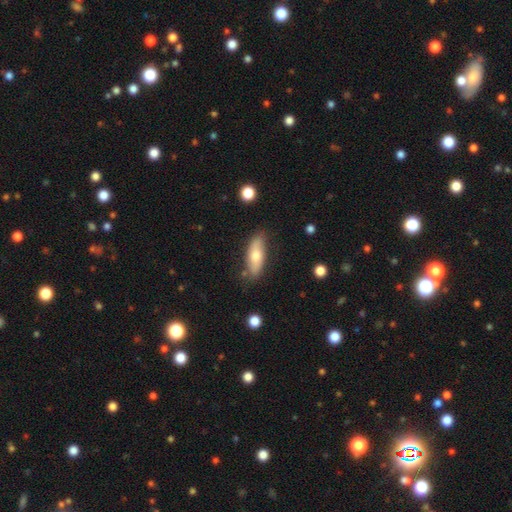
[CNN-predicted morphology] smooth 63%, featured or disk 31%, star or artifact 6%. Down the decision tree: how rounded — in between (66%); merging — none (77%).